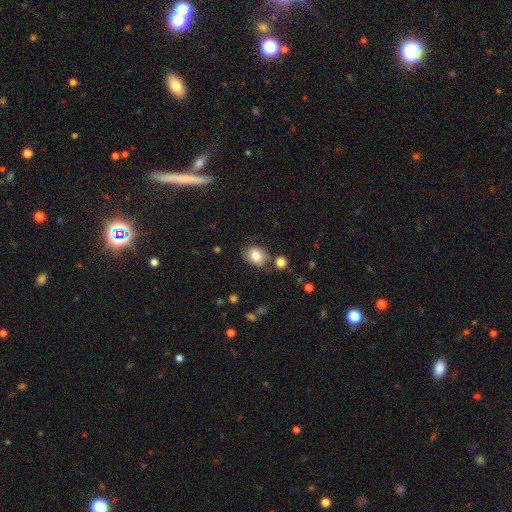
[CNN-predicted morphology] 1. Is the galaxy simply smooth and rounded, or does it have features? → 81% smooth, 10% featured or disk, 9% star or artifact.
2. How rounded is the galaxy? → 65% in between, 34% round, 1% cigar-shaped.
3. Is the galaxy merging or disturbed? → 68% none, 18% minor disturbance, 10% merger, 5% major disturbance.